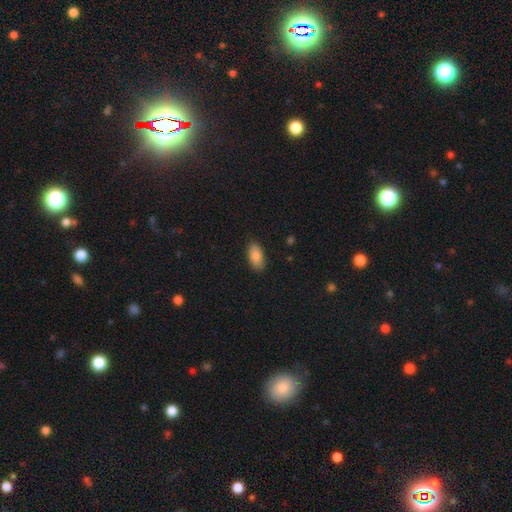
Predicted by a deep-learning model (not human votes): smooth_or_featured: smooth (p=0.87) [alt: star or artifact p=0.07]
how_rounded: in between (p=0.93) [alt: cigar-shaped p=0.04]
merging: none (p=0.87) [alt: minor disturbance p=0.10]